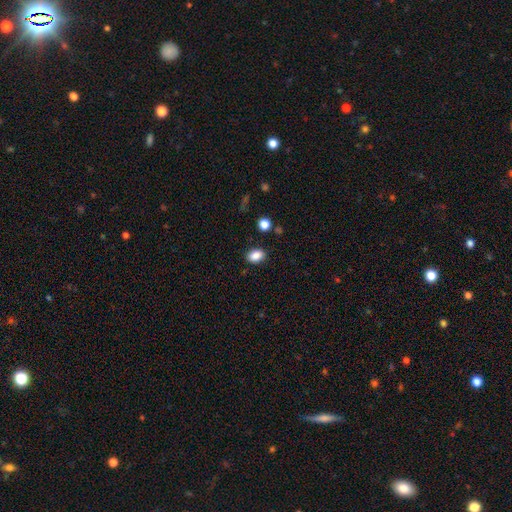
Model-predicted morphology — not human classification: Smooth or featured: smooth — 87% (star or artifact — 9%)
How rounded: in between — 77% (round — 22%)
Merging: none — 85% (minor disturbance — 10%)